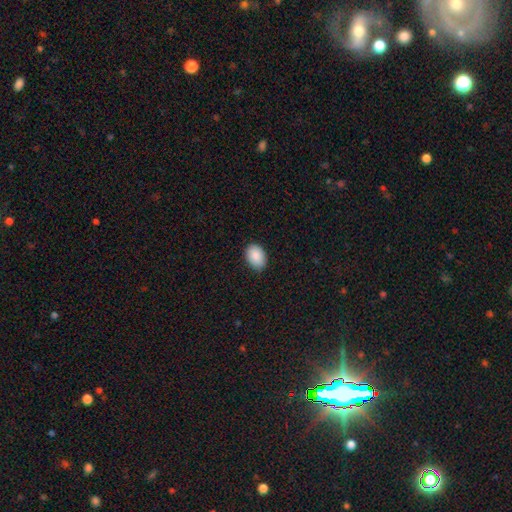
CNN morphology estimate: smooth 90%, star or artifact 7%, featured or disk 3%. Down the decision tree: how rounded — in between (81%); merging — none (85%).